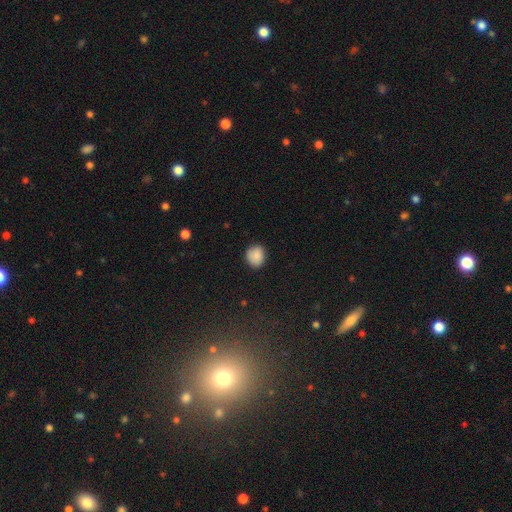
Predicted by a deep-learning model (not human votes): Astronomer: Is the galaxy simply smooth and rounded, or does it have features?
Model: smooth — 88%.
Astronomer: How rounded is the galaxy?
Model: round — 77%.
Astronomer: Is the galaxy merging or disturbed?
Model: none — 85%.